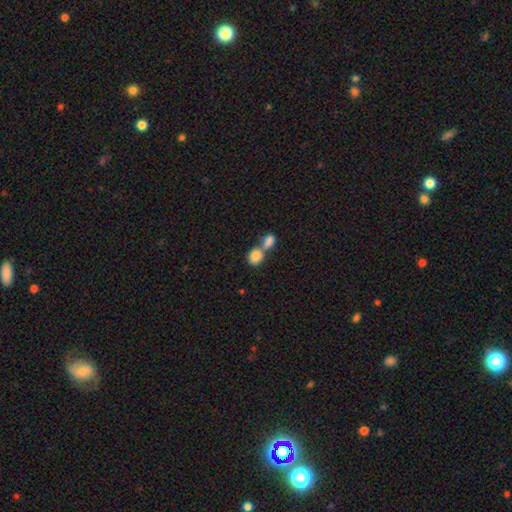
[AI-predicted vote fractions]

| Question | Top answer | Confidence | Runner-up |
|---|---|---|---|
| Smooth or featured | smooth | 84% | featured or disk (8%) |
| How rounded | round | 59% | in between (39%) |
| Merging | merger | 66% | none (26%) |